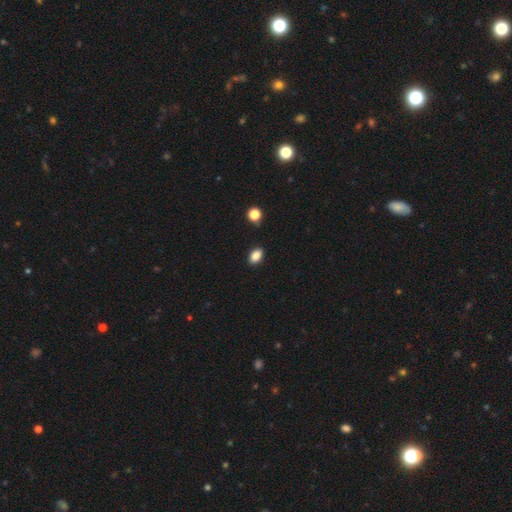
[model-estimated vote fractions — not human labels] Q: Smooth or featured?
A: smooth (85%); runner-up: star or artifact (10%)
Q: How rounded?
A: in between (85%); runner-up: round (13%)
Q: Merging?
A: none (88%); runner-up: minor disturbance (8%)